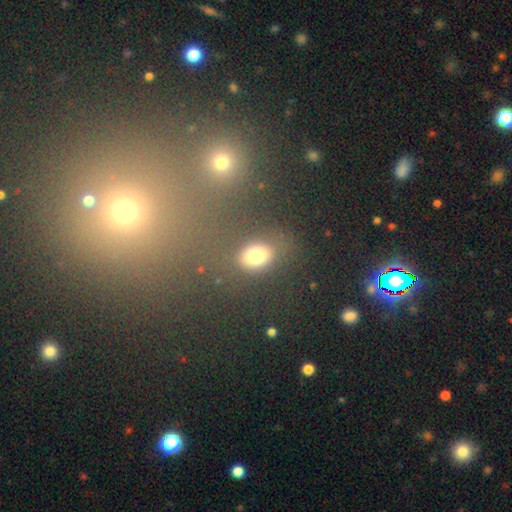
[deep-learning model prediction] smooth_or_featured: smooth (p=0.74) [alt: star or artifact p=0.16]
how_rounded: in between (p=0.60) [alt: round p=0.38]
merging: none (p=0.77) [alt: minor disturbance p=0.12]